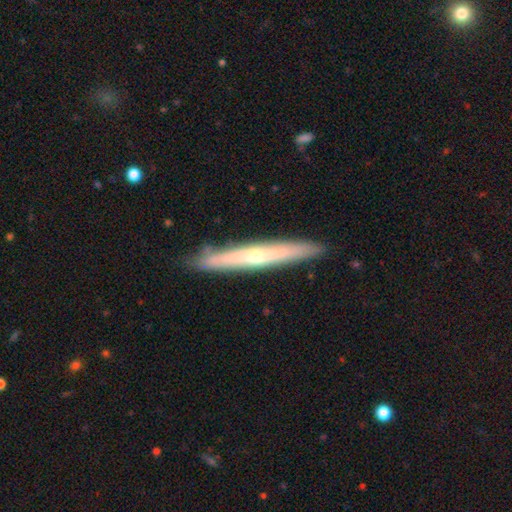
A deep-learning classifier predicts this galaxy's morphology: This appears to be a featured or disk galaxy (62%) viewed edge-on (92%) with a rounded central bulge (75%). Merging: none (89%).